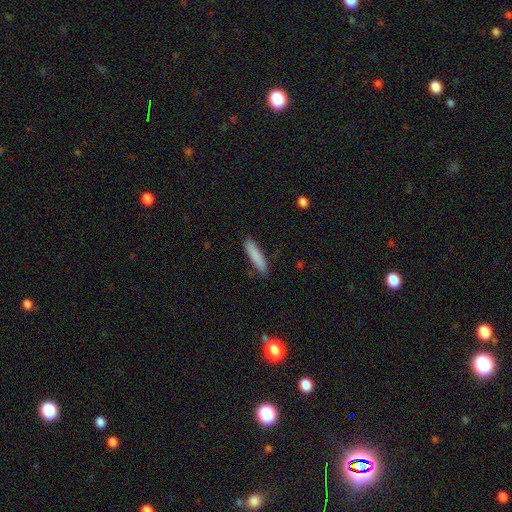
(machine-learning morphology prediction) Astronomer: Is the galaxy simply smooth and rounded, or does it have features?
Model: smooth — 85%.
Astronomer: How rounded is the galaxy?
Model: cigar-shaped — 81%.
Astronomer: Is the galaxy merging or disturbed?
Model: none — 85%.